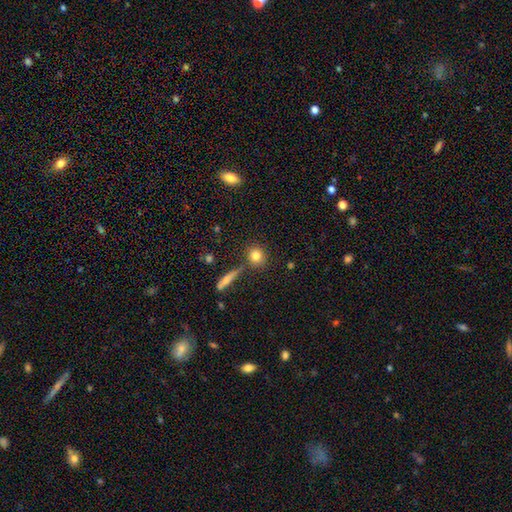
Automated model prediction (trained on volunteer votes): Q: Smooth or featured?
A: smooth (80%); runner-up: star or artifact (10%)
Q: How rounded?
A: round (81%); runner-up: in between (15%)
Q: Merging?
A: none (75%); runner-up: merger (11%)